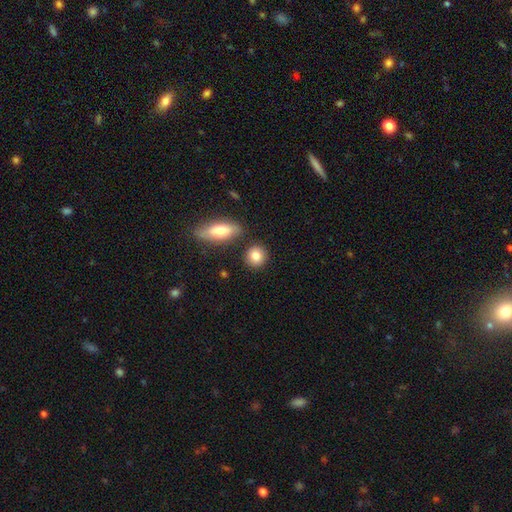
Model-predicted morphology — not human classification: Overall: smooth (83%). How rounded: round (81%). Merging: none (83%).